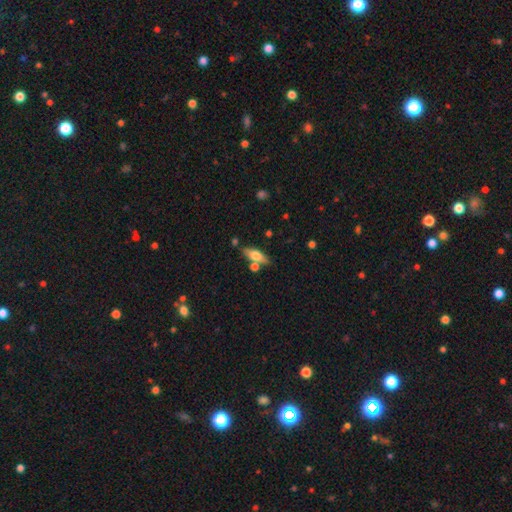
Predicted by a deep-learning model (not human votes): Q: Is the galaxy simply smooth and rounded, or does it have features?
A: smooth — 55%.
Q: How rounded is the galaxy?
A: in between — 55%.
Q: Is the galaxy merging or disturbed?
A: none — 70%.